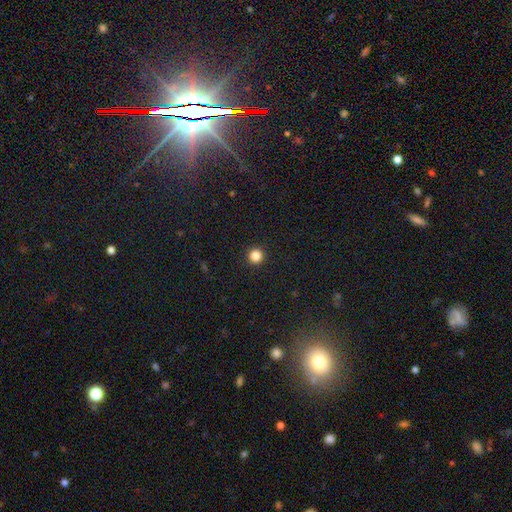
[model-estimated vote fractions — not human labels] Morphology: type=smooth (84%); roundness=round (95%); merging=none (94%).